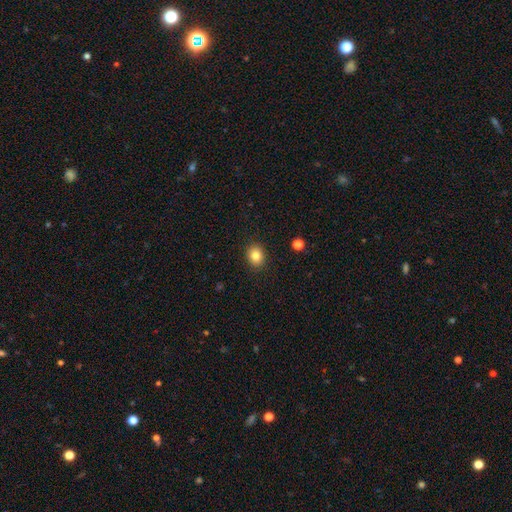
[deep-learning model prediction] Q: Smooth or featured?
A: smooth (84%); runner-up: star or artifact (10%)
Q: How rounded?
A: round (58%); runner-up: in between (41%)
Q: Merging?
A: none (90%); runner-up: minor disturbance (7%)